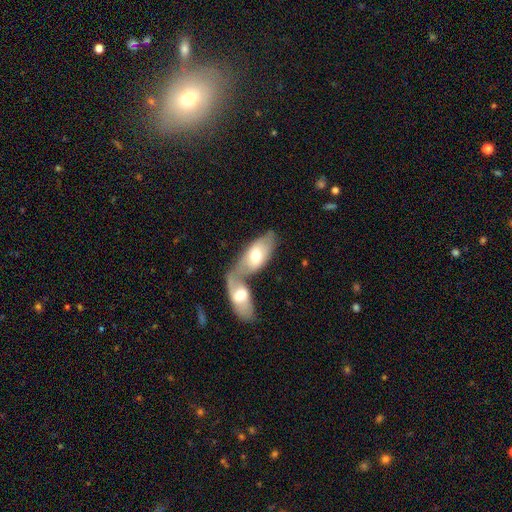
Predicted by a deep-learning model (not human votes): smooth 56%, featured or disk 39%, star or artifact 5%. Down the decision tree: how rounded — in between (90%); merging — merger (69%).